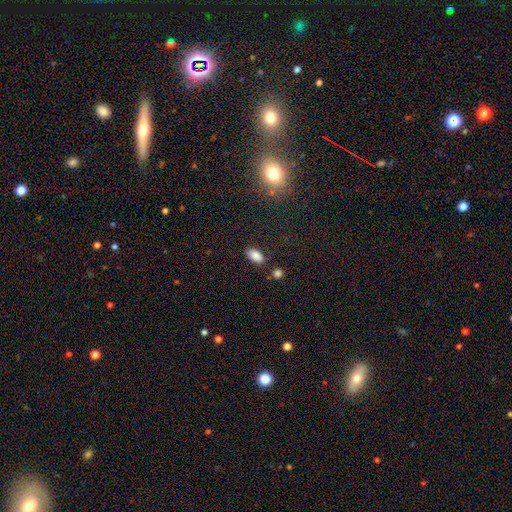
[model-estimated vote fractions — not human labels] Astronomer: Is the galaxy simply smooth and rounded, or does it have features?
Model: smooth — 86%.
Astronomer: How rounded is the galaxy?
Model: in between — 92%.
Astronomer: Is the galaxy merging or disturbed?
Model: none — 80%.